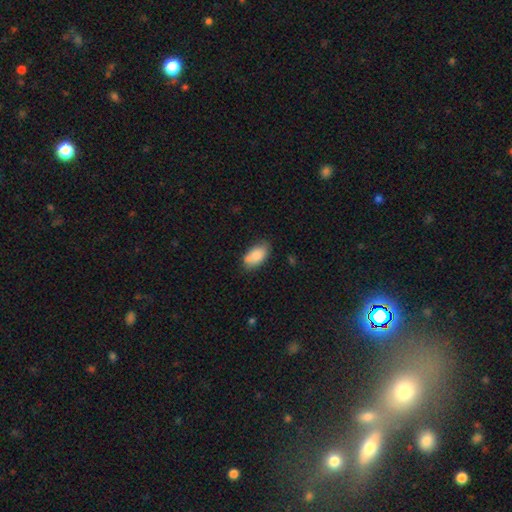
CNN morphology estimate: Smooth or featured?
  - smooth: 82% *
  - featured or disk: 11%
  - star or artifact: 7%
How rounded?
  - in between: 93% *
  - round: 4%
  - cigar-shaped: 3%
Merging?
  - none: 68% *
  - minor disturbance: 21%
  - merger: 7%
  - major disturbance: 4%